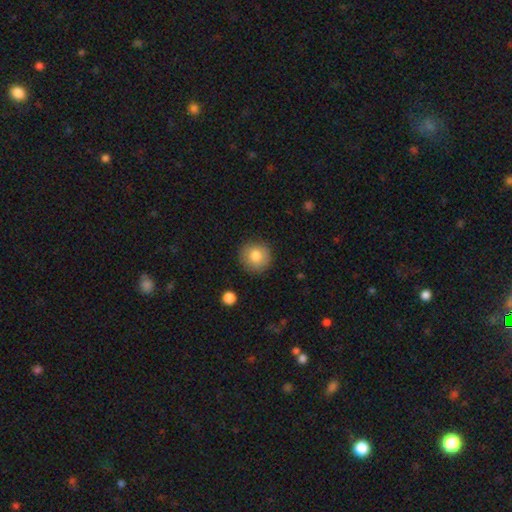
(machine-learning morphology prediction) Smooth or featured? smooth (80%)
How rounded? round (94%)
Merging? none (89%)